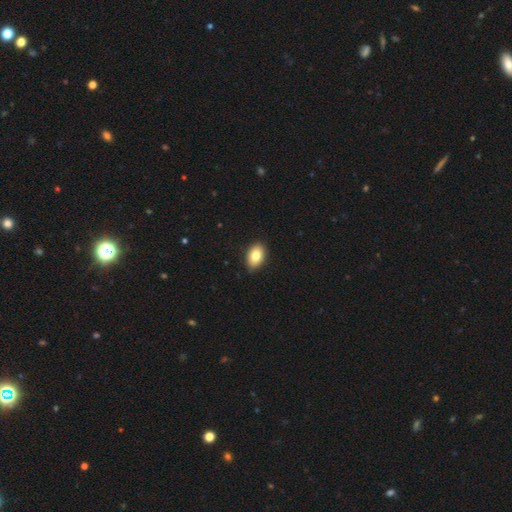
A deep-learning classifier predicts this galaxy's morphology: smooth-or-featured: smooth: 81% | featured or disk: 11% | star or artifact: 8%
  how-rounded: in between: 88% | round: 10% | cigar-shaped: 1%
  merging: none: 85% | minor disturbance: 12% | major disturbance: 2% | merger: 1%